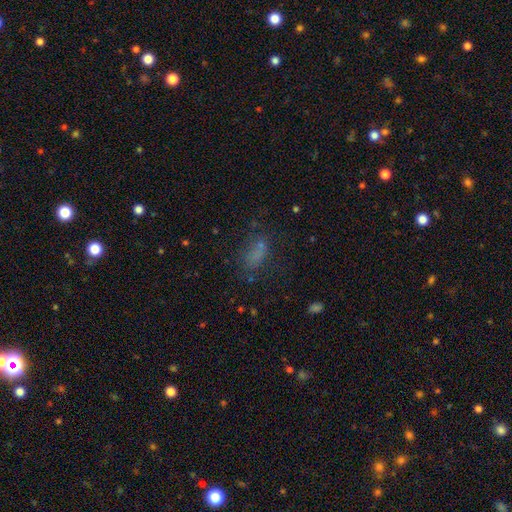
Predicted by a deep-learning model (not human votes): Q: Smooth or featured?
A: smooth (64%); runner-up: star or artifact (21%)
Q: How rounded?
A: in between (79%); runner-up: cigar-shaped (11%)
Q: Merging?
A: none (51%); runner-up: major disturbance (21%)